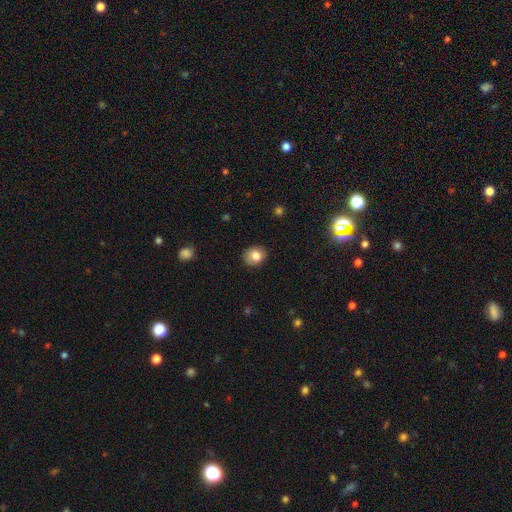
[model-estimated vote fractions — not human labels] The model was most divided on "how rounded": round: 62%, in between: 37%, cigar-shaped: 1%. More confident: smooth or featured — smooth (81%); merging — none (81%).